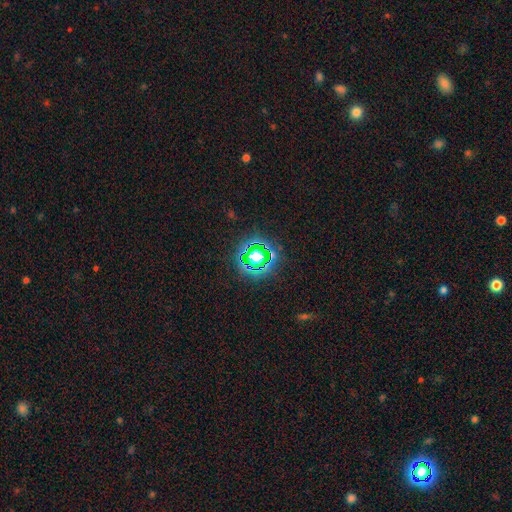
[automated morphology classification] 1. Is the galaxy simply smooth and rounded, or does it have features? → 70% star or artifact, 20% smooth, 10% featured or disk.